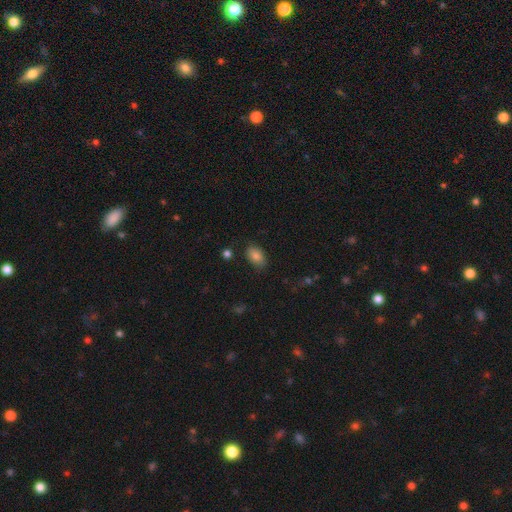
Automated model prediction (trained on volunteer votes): This is clearly a smooth galaxy (84%). How rounded: clearly in between (86%). Merging: likely none (79%).